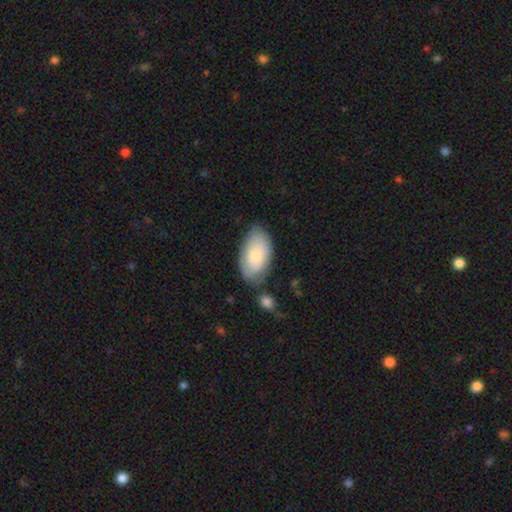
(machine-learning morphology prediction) smooth_or_featured: smooth (p=0.71) [alt: featured or disk p=0.24]
how_rounded: in between (p=0.95) [alt: round p=0.04]
merging: none (p=0.66) [alt: minor disturbance p=0.21]